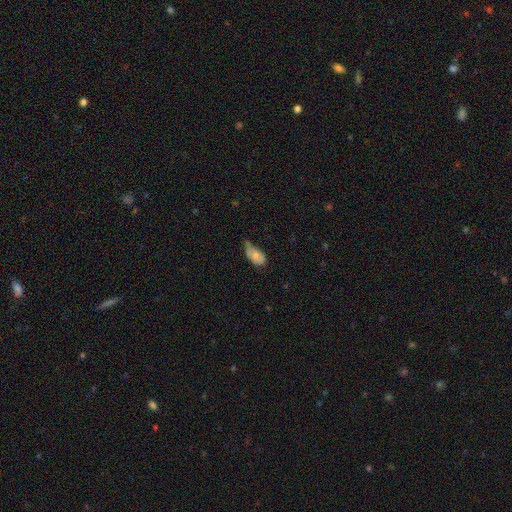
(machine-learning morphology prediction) smooth 69%, featured or disk 24%, star or artifact 7%. Down the decision tree: how rounded — in between (91%); merging — minor disturbance (49%).